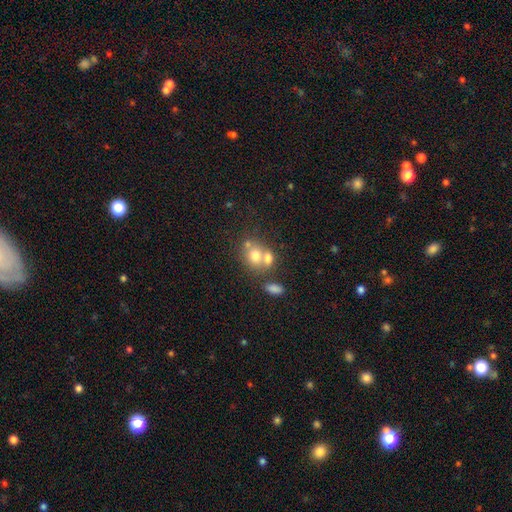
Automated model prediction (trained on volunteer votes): Overall: smooth (68%). How rounded: round (57%; in between 41%). Merging: merger (53%; none 33%).